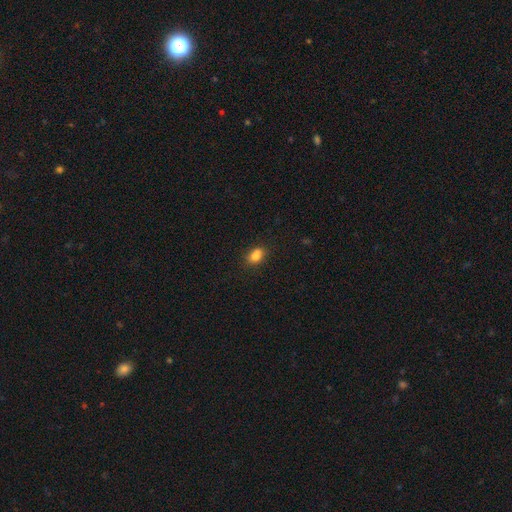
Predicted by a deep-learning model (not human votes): Smooth or featured? Predicted: smooth (p=0.82). How rounded? Predicted: in between (p=0.78). Merging? Predicted: none (p=0.72).